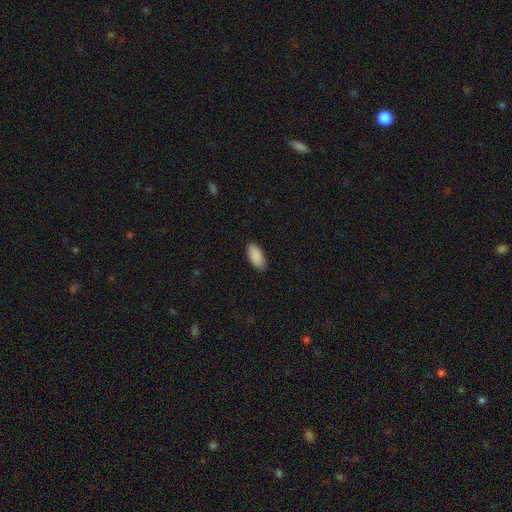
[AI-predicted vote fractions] A smooth galaxy with no disk features (91%) that is in between round and cigar-shaped (91%).

Vote fractions:
- Smooth or featured? smooth: 91% / star or artifact: 6% / featured or disk: 3%
- How rounded? in between: 91% / cigar-shaped: 7% / round: 2%
- Merging? none: 87% / minor disturbance: 10% / major disturbance: 2% / merger: 1%